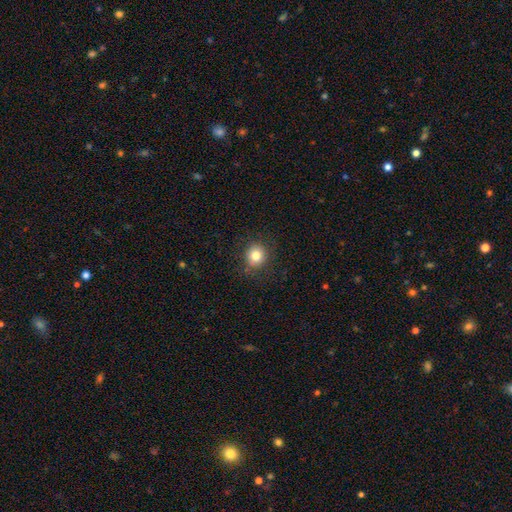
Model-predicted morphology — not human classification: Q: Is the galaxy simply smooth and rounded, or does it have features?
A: smooth — 81%.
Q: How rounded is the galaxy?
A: round — 84%.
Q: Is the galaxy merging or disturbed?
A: none — 86%.